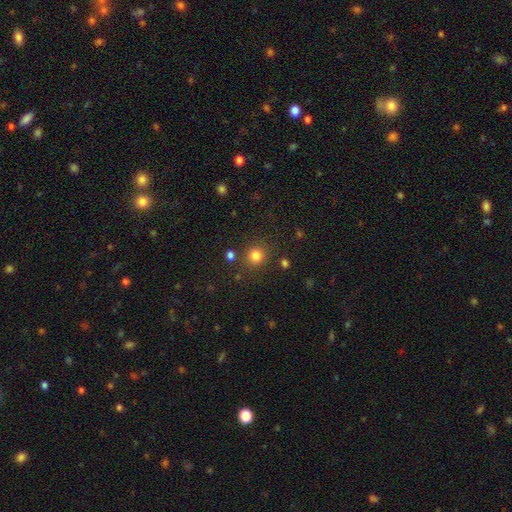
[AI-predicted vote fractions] Smooth or featured: smooth — 81% (star or artifact — 14%)
How rounded: round — 90% (in between — 9%)
Merging: none — 84% (minor disturbance — 8%)